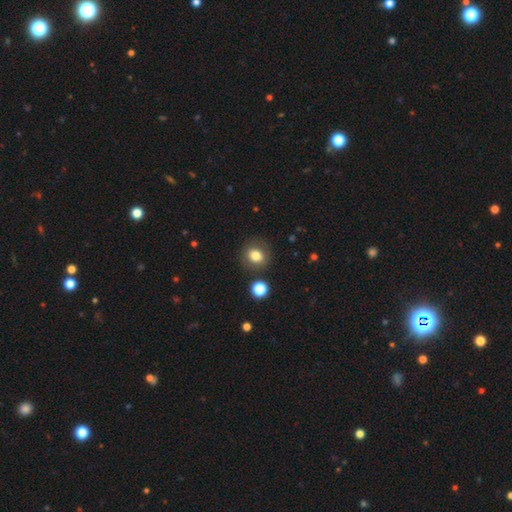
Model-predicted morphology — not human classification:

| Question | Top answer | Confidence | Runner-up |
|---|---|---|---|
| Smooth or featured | smooth | 80% | star or artifact (11%) |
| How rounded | round | 74% | in between (25%) |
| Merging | none | 83% | minor disturbance (10%) |